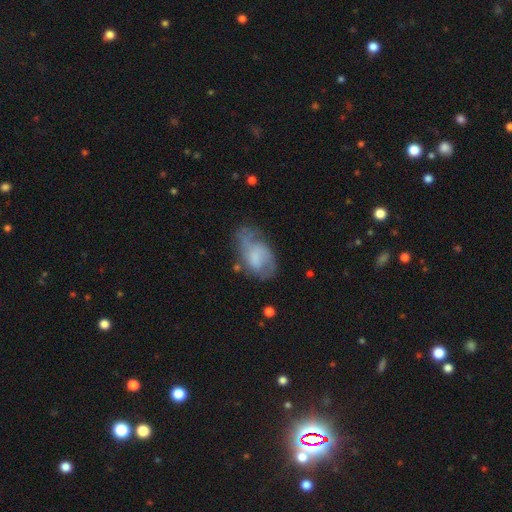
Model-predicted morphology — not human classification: The model was most divided on "smooth or featured": featured or disk: 49%, smooth: 42%, star or artifact: 8%. Remaining: merging — none (43%).